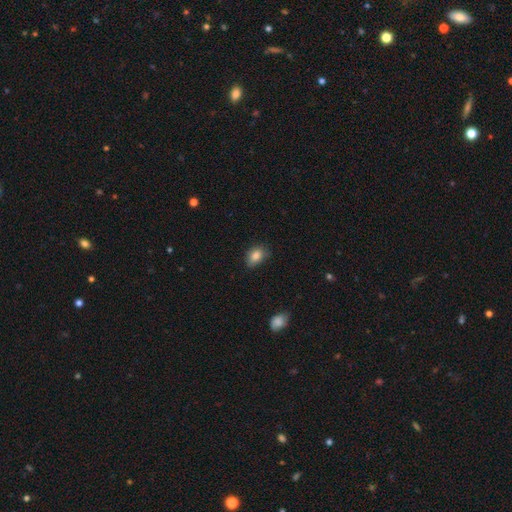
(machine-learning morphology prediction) smooth 84%, star or artifact 9%, featured or disk 7%. Down the decision tree: how rounded — in between (76%); merging — none (67%).